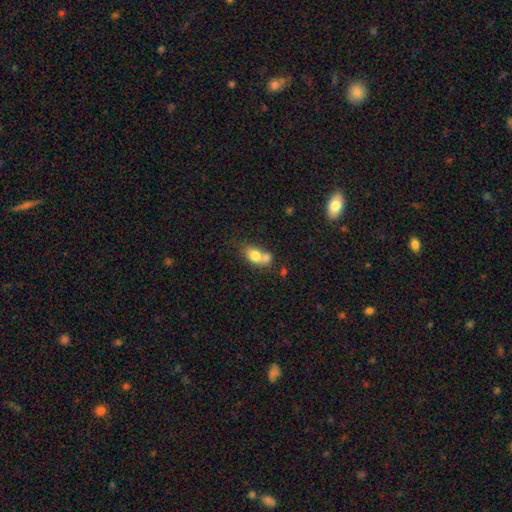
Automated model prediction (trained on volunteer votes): Q: Smooth or featured?
A: smooth (74%); runner-up: featured or disk (17%)
Q: How rounded?
A: in between (67%); runner-up: round (30%)
Q: Merging?
A: merger (58%); runner-up: none (26%)